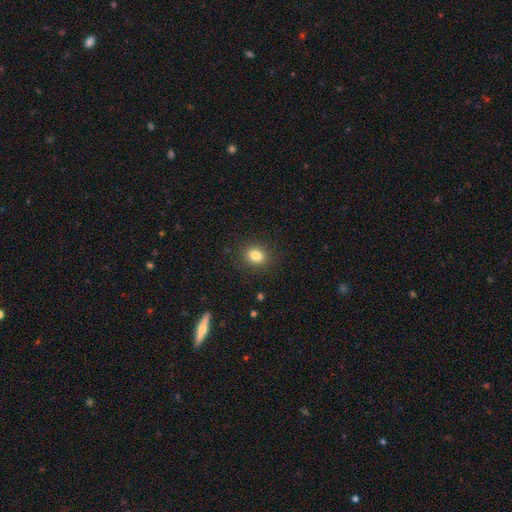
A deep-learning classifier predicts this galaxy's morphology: A smooth galaxy with no disk features (83%) that is round (54%). Merging: none (88%).